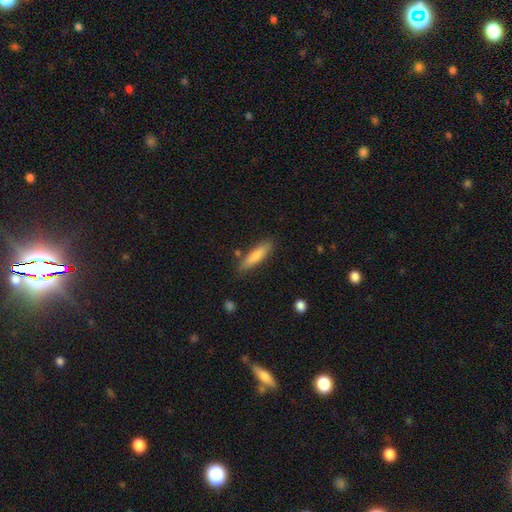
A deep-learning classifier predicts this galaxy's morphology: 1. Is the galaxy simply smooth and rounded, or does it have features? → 79% smooth, 15% featured or disk, 6% star or artifact.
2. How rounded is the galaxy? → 78% cigar-shaped, 20% in between, 1% round.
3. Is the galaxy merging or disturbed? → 82% none, 12% minor disturbance, 4% merger, 3% major disturbance.